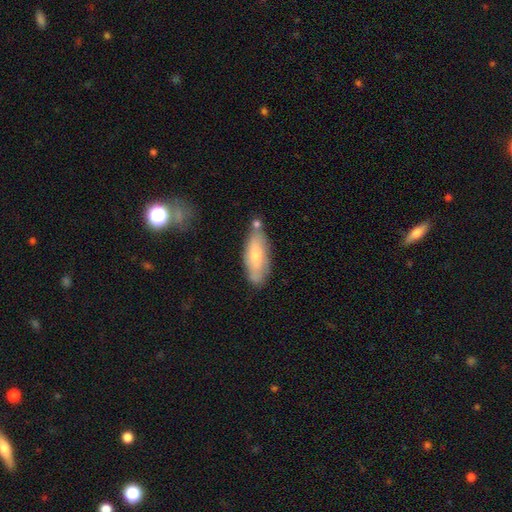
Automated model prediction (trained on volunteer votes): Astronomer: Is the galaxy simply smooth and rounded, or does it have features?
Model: smooth — 64%.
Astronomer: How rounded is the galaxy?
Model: in between — 67%.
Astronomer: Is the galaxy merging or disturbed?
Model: none — 64%.